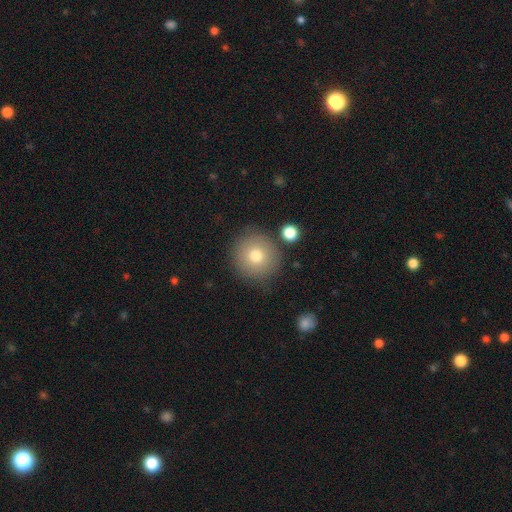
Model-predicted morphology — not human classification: A smooth galaxy with no disk features (76%) that is round (94%). Merging: none (83%).